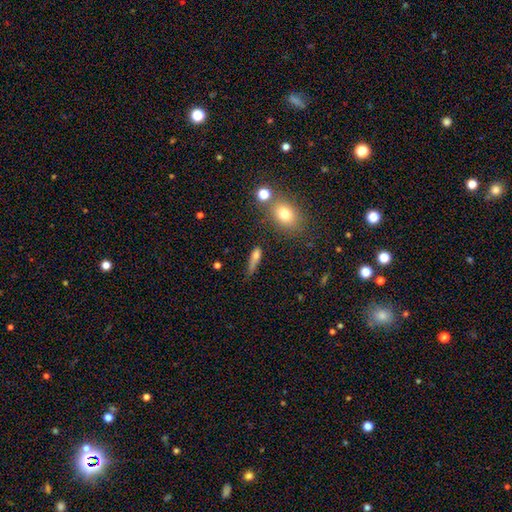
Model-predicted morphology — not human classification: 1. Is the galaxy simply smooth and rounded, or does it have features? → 65% smooth, 20% featured or disk, 15% star or artifact.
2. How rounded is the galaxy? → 59% cigar-shaped, 31% in between, 10% round.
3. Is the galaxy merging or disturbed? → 50% none, 25% minor disturbance, 15% major disturbance, 10% merger.